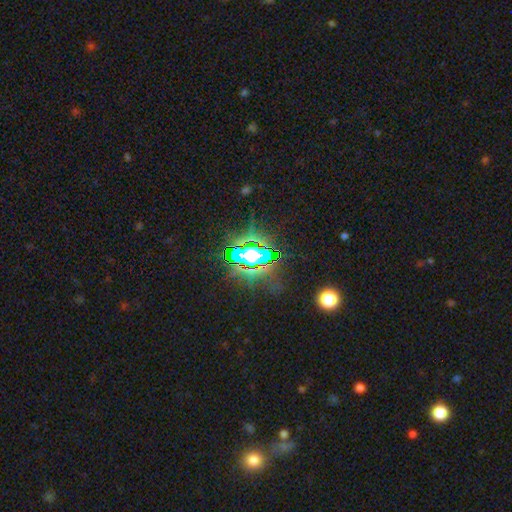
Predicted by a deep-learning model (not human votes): Smooth or featured? Predicted: star or artifact (p=0.72).